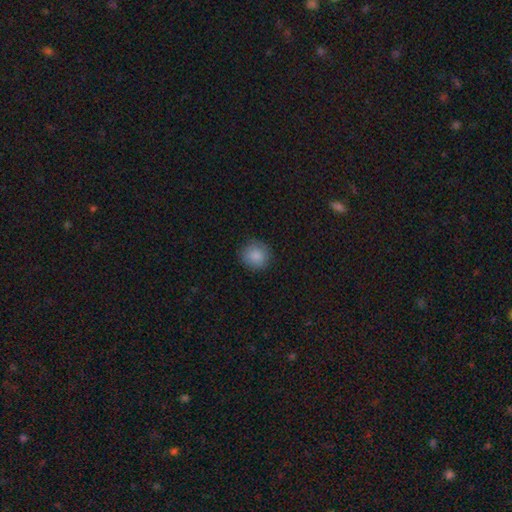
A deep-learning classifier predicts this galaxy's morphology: smooth 87%, star or artifact 8%, featured or disk 5%. Down the decision tree: how rounded — round (91%); merging — none (86%).